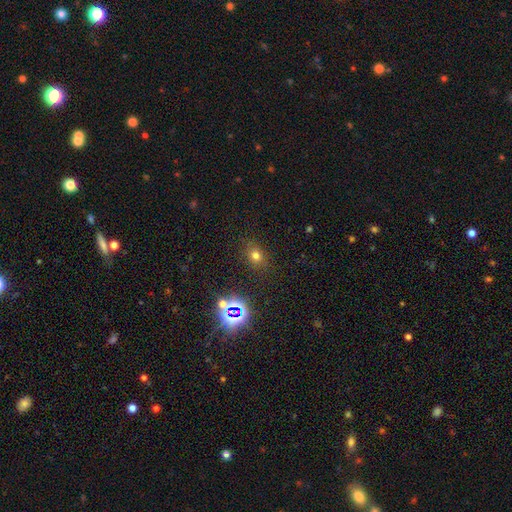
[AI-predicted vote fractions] Smooth or featured: smooth — 68% (star or artifact — 24%)
How rounded: round — 58% (in between — 40%)
Merging: none — 84% (minor disturbance — 10%)